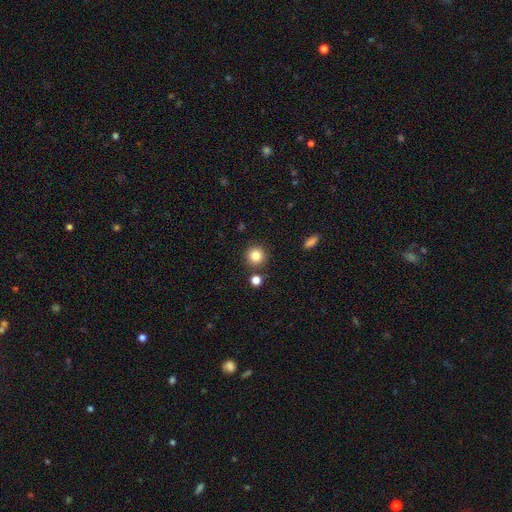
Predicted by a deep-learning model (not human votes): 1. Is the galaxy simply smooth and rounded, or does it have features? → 84% smooth, 11% star or artifact, 5% featured or disk.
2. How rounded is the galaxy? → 94% round, 5% in between, 1% cigar-shaped.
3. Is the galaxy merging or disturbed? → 86% none, 7% minor disturbance, 5% merger, 2% major disturbance.